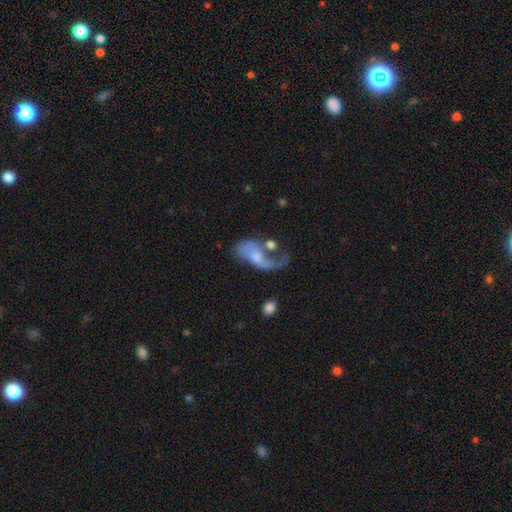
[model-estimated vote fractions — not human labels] Smooth or featured?
  - featured or disk: 65% *
  - smooth: 26%
  - star or artifact: 9%
Edge-on disk?
  - no: 95% *
  - yes: 5%
Bar?
  - no: 67% *
  - weak: 28%
  - strong: 6%
Spiral arms?
  - yes: 71% *
  - no: 29%
Bulge size?
  - moderate: 44% *
  - small: 29%
  - none: 15%
  - large: 10%
  - dominant: 2%
Merging?
  - major disturbance: 41% *
  - merger: 26%
  - none: 20%
  - minor disturbance: 14%